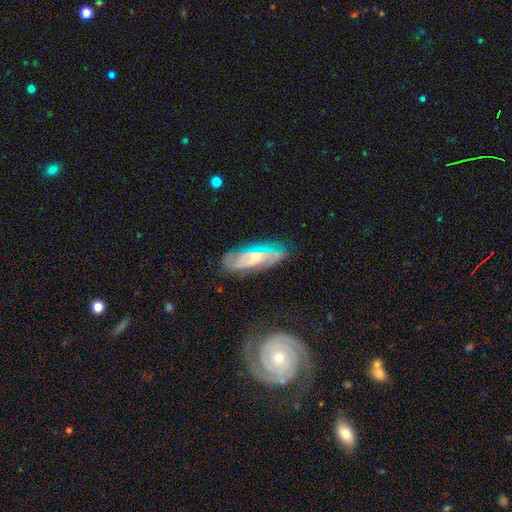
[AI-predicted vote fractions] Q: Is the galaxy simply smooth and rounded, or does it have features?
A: featured or disk — 67%.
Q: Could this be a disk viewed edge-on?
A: no — 69%.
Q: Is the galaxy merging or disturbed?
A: none — 71%.